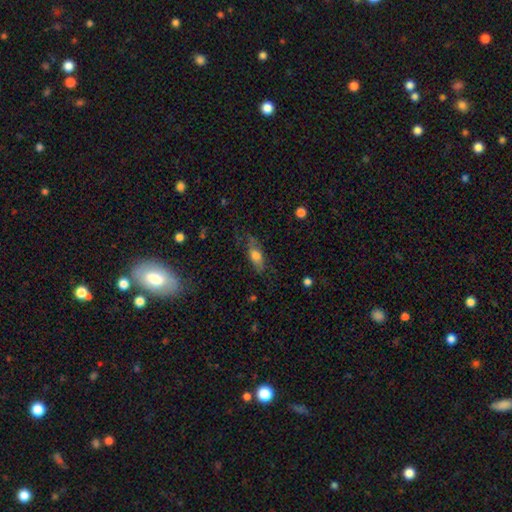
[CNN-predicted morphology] Smooth or featured: smooth — 66% (featured or disk — 26%)
How rounded: in between — 69% (cigar-shaped — 27%)
Merging: none — 60% (minor disturbance — 26%)